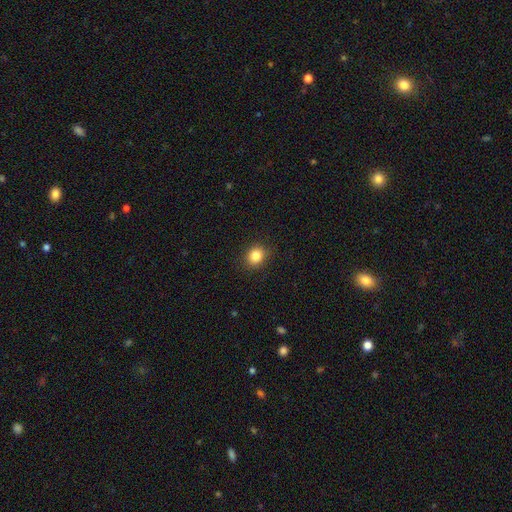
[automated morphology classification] A smooth galaxy with no disk features (84%) that is round (64%). Merging: none (88%).